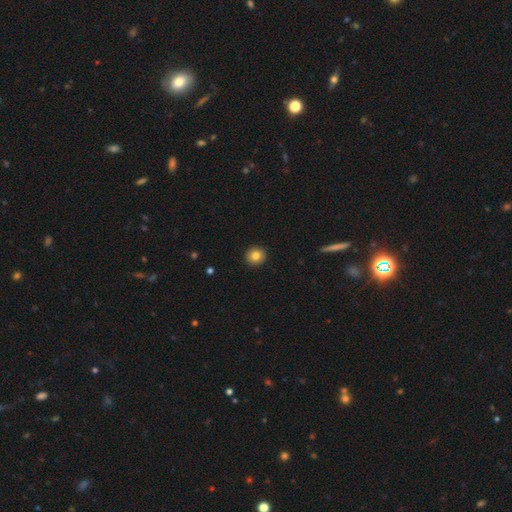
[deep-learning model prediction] A smooth galaxy with no disk features (83%) that is round (92%).

Vote fractions:
- Smooth or featured? smooth: 83% / star or artifact: 9% / featured or disk: 8%
- How rounded? round: 92% / in between: 7% / cigar-shaped: 1%
- Merging? none: 93% / minor disturbance: 4% / major disturbance: 1% / merger: 1%